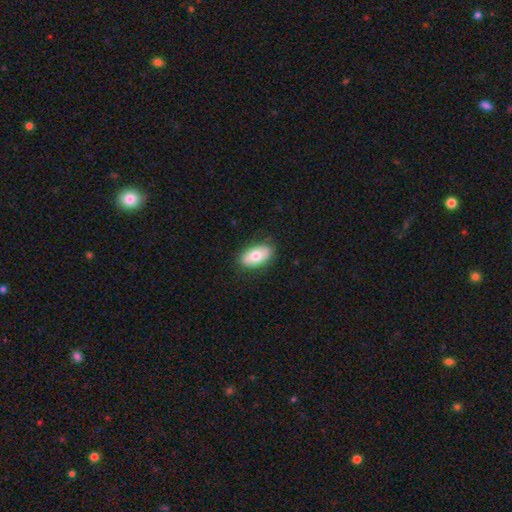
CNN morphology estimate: smooth 73%, featured or disk 21%, star or artifact 6%. Down the decision tree: how rounded — in between (93%); merging — none (85%).